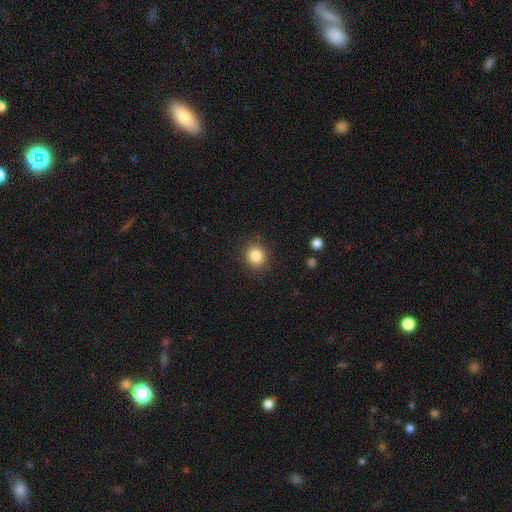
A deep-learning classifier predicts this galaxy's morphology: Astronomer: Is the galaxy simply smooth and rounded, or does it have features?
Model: smooth — 84%.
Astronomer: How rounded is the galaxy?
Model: round — 83%.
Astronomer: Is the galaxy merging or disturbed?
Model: none — 88%.